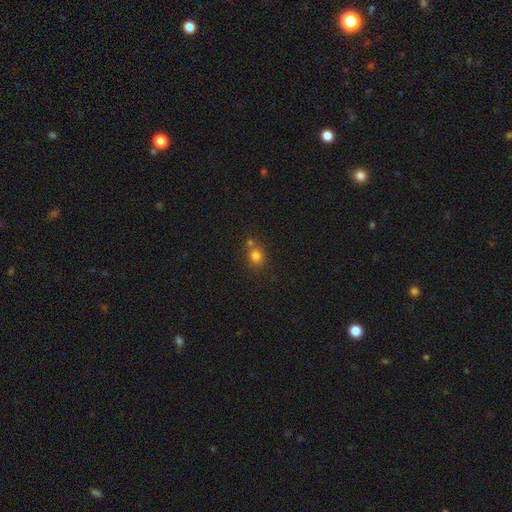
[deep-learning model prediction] Q: Smooth or featured?
A: smooth (79%); runner-up: star or artifact (14%)
Q: How rounded?
A: round (77%); runner-up: in between (22%)
Q: Merging?
A: none (60%); runner-up: merger (26%)